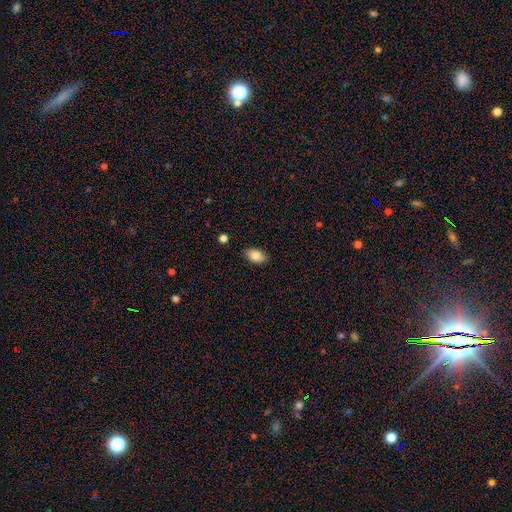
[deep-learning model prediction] smooth 85%, featured or disk 8%, star or artifact 7%. Down the decision tree: how rounded — in between (91%); merging — none (85%).